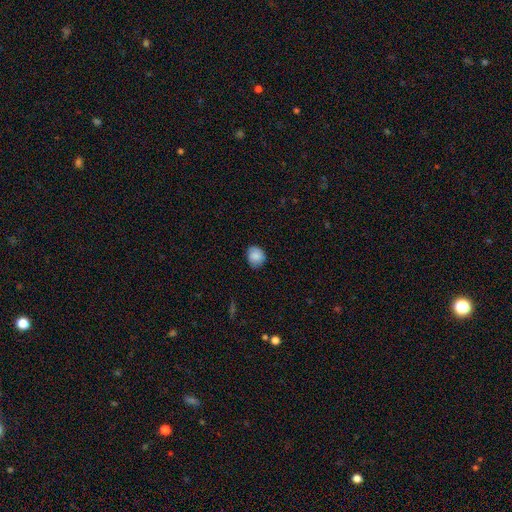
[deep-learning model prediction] The model was most divided on "how rounded": round: 73%, in between: 26%, cigar-shaped: 1%. More confident: smooth or featured — smooth (85%); merging — none (80%).